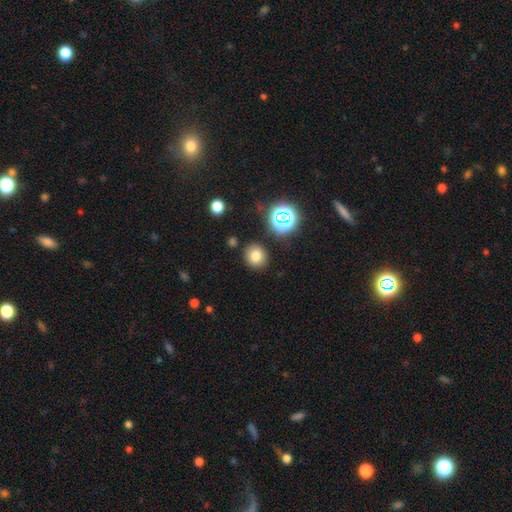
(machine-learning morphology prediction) Overall: smooth (77%). How rounded: round (79%). Merging: none (86%).